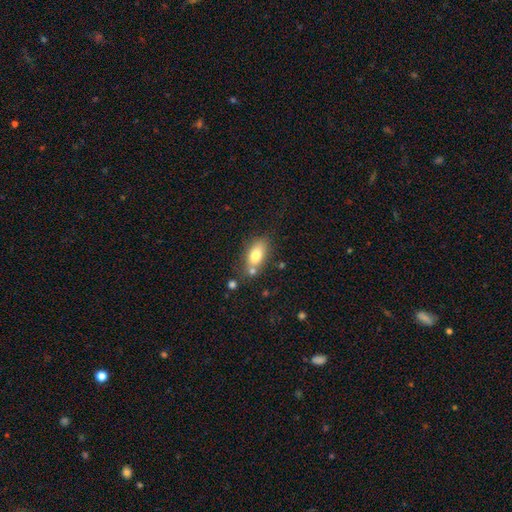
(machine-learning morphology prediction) smooth-or-featured: smooth: 75% | featured or disk: 17% | star or artifact: 8%
  how-rounded: in between: 85% | round: 8% | cigar-shaped: 7%
  merging: none: 62% | merger: 18% | minor disturbance: 16% | major disturbance: 5%